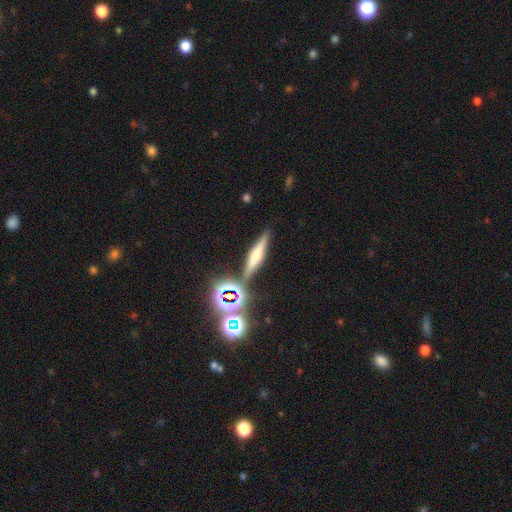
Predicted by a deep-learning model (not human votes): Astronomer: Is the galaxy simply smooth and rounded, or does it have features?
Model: smooth — 40% (runner-up: featured or disk, 39%).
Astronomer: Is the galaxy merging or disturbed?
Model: none — 79%.